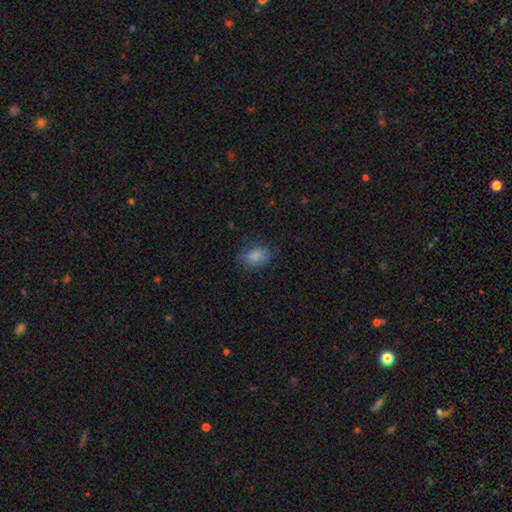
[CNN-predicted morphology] A smooth galaxy with no disk features (84%) that is in between round and cigar-shaped (80%).

Vote fractions:
- Smooth or featured? smooth: 84% / star or artifact: 9% / featured or disk: 7%
- How rounded? in between: 80% / round: 19% / cigar-shaped: 2%
- Merging? none: 75% / minor disturbance: 18% / major disturbance: 6% / merger: 1%